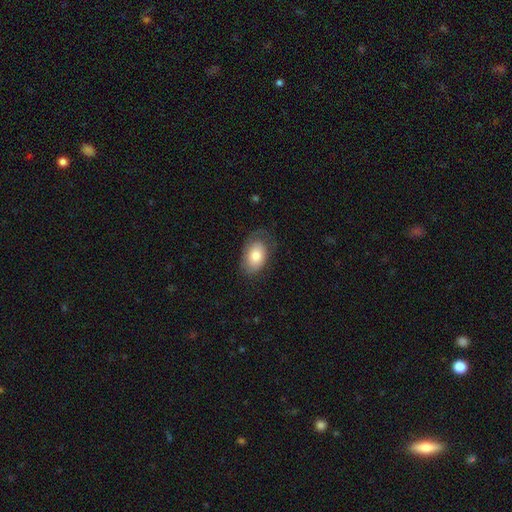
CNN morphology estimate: Smooth or featured?
  - smooth: 73% *
  - featured or disk: 21%
  - star or artifact: 6%
How rounded?
  - in between: 89% *
  - round: 10%
  - cigar-shaped: 1%
Merging?
  - none: 61% *
  - minor disturbance: 26%
  - major disturbance: 12%
  - merger: 1%